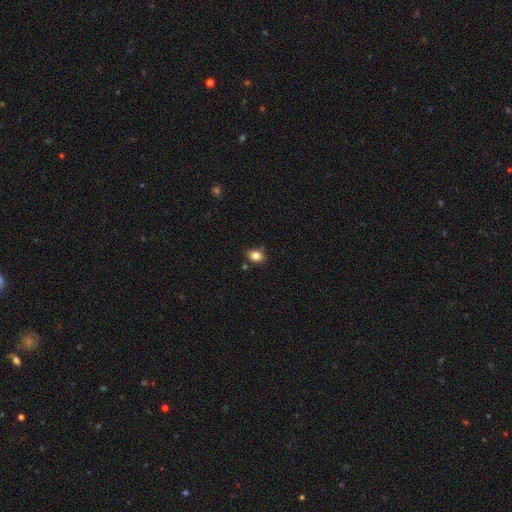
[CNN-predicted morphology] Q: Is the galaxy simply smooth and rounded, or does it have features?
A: smooth — 84%.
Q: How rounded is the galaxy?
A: in between — 61%.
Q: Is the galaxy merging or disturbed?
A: none — 77%.